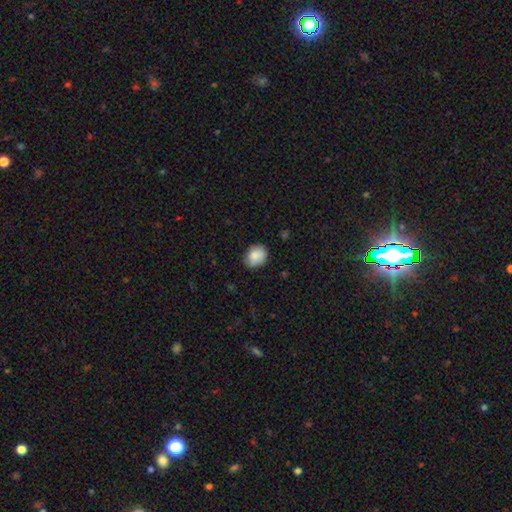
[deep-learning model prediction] A smooth galaxy with no disk features (86%) that is round (52%). Merging: none (80%).